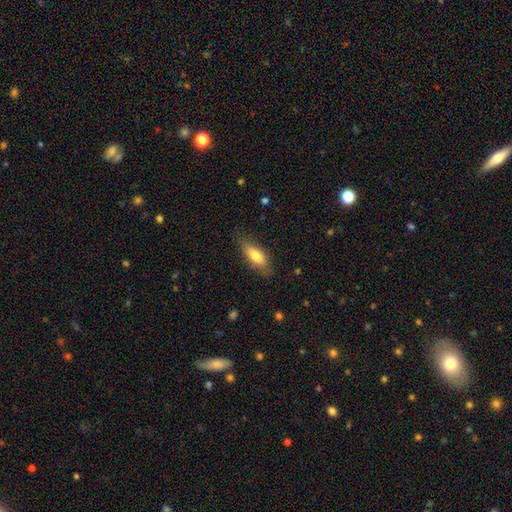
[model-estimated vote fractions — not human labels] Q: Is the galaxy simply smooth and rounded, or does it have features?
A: smooth — 77%.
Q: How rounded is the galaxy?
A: in between — 71%.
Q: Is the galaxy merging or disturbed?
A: none — 76%.